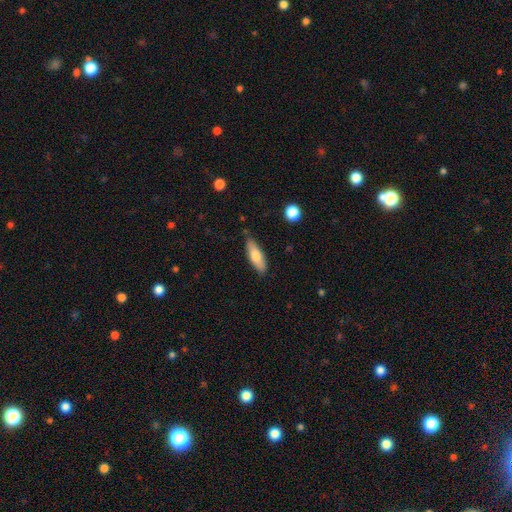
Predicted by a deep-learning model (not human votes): This is likely a smooth galaxy (74%). How rounded: possibly in between (54%). Merging: clearly none (80%).